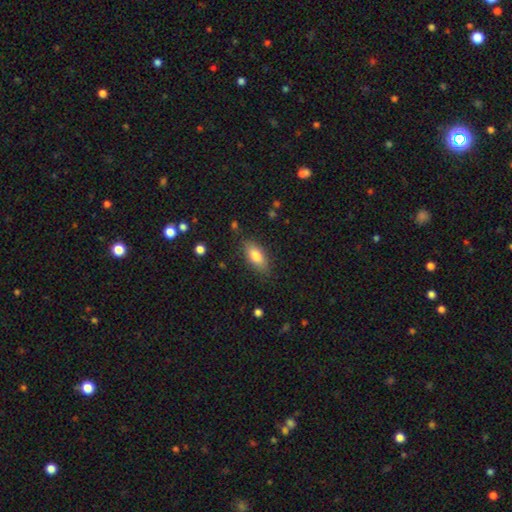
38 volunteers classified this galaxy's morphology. A smooth galaxy with no disk features (87%) that is in between round and cigar-shaped (91%). Merging: none (81%).